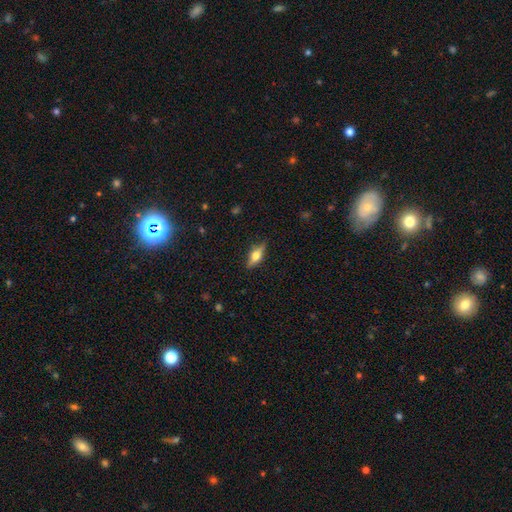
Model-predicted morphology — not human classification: This appears to be a featured or disk galaxy (55%) viewed edge-on (94%) with a rounded central bulge (94%). Merging: none (86%).